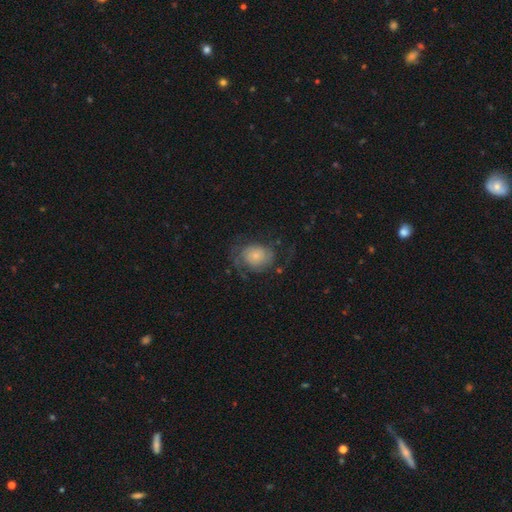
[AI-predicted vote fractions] smooth_or_featured: featured or disk (p=0.57) [alt: smooth p=0.35]
disk_edge_on: no (p=0.97) [alt: yes p=0.03]
bar: no (p=0.78) [alt: weak p=0.19]
has_spiral_arms: yes (p=0.84) [alt: no p=0.16]
bulge_size: small (p=0.53) [alt: moderate p=0.20]
merging: none (p=0.53) [alt: major disturbance p=0.25]